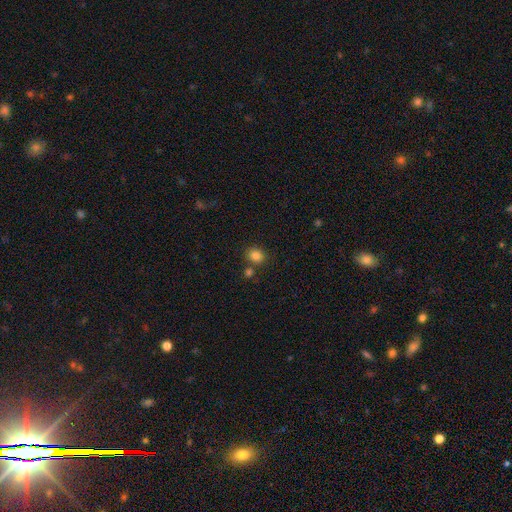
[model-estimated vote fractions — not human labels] This is clearly a smooth galaxy (84%). How rounded: likely round (69%). Merging: likely none (72%).